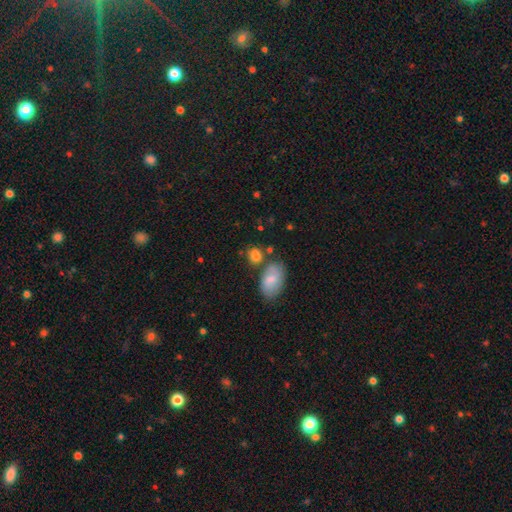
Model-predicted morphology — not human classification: Smooth or featured?
  - smooth: 82% *
  - featured or disk: 9%
  - star or artifact: 9%
How rounded?
  - round: 59% *
  - in between: 40%
  - cigar-shaped: 2%
Merging?
  - none: 64% *
  - merger: 16%
  - minor disturbance: 15%
  - major disturbance: 5%